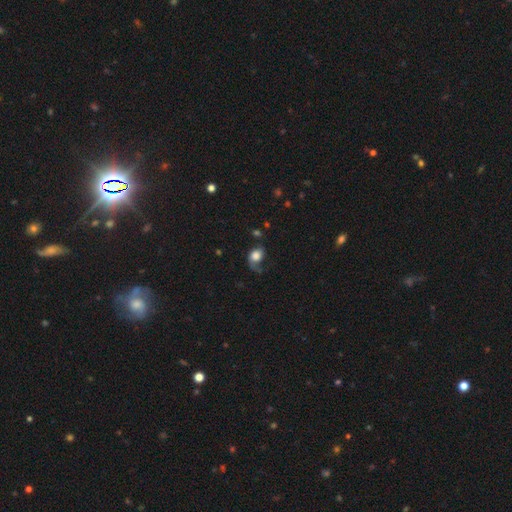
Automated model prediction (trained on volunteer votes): This appears to be a smooth galaxy with no disk features (64%) that is in between round and cigar-shaped (56%). Merging: major disturbance (40%).